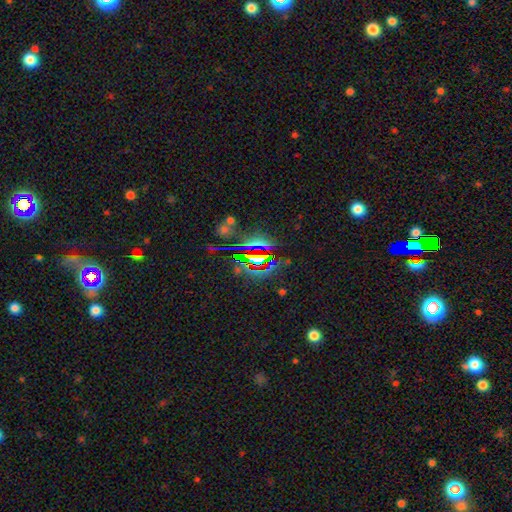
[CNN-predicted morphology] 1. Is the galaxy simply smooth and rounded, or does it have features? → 73% star or artifact, 15% smooth, 13% featured or disk.